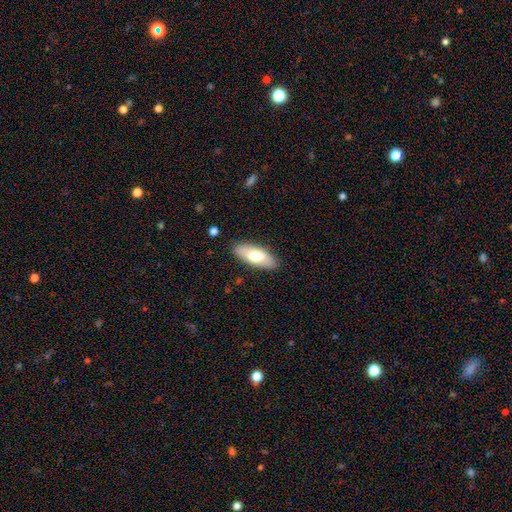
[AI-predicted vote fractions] smooth_or_featured: smooth (p=0.67) [alt: featured or disk p=0.28]
how_rounded: in between (p=0.79) [alt: cigar-shaped p=0.19]
merging: none (p=0.86) [alt: minor disturbance p=0.10]